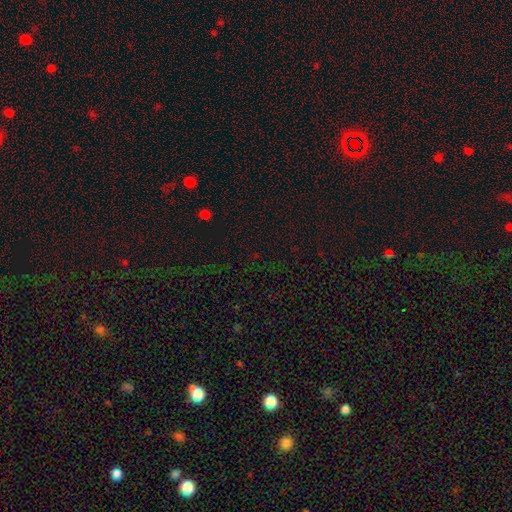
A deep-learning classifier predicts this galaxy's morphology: Overall: star or artifact (69%).